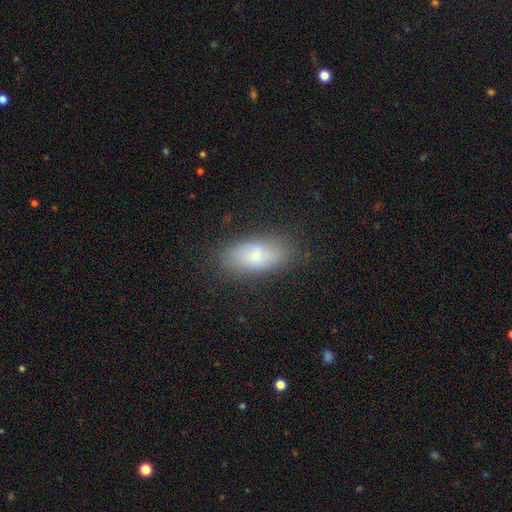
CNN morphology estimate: type=smooth (75%); roundness=in between (87%); merging=none (79%).